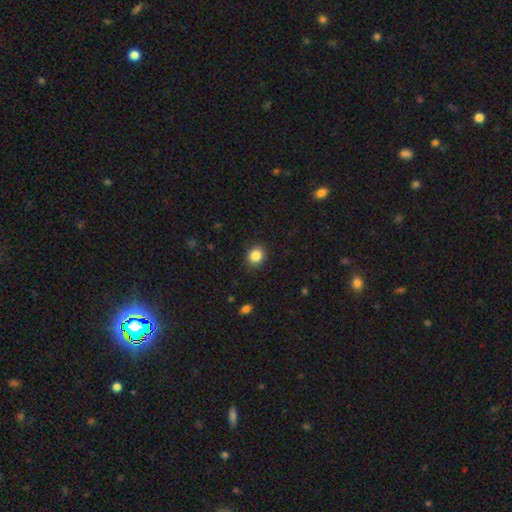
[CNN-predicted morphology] smooth-or-featured: smooth: 86% | star or artifact: 10% | featured or disk: 4%
  how-rounded: round: 71% | in between: 28% | cigar-shaped: 1%
  merging: none: 90% | minor disturbance: 7% | major disturbance: 2% | merger: 1%